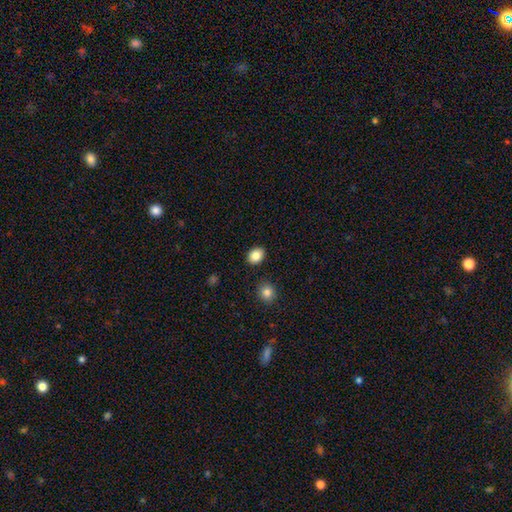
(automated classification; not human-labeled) Smooth or featured? smooth (85%)
How rounded? in between (54%)
Merging? none (89%)